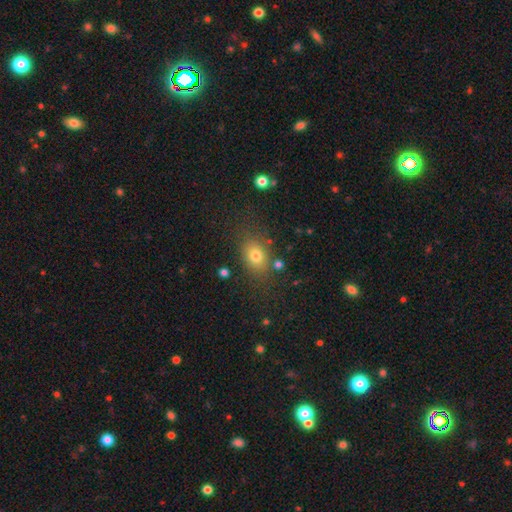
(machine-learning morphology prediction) This is likely a smooth galaxy (76%). How rounded: possibly in between (60%). Merging: likely none (77%).